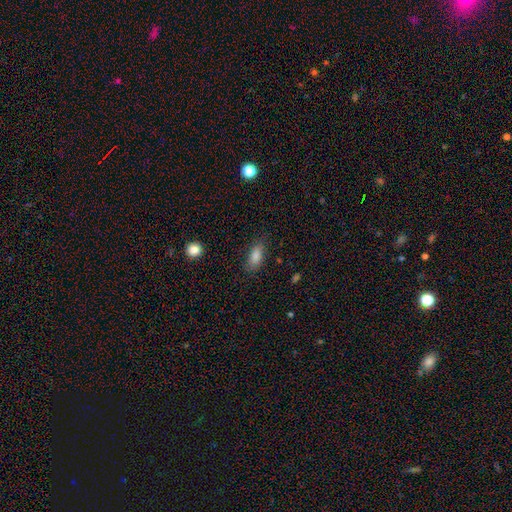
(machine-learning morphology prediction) A smooth galaxy with no disk features (83%) that is in between round and cigar-shaped (81%).

Vote fractions:
- Smooth or featured? smooth: 83% / star or artifact: 9% / featured or disk: 8%
- How rounded? in between: 81% / cigar-shaped: 15% / round: 4%
- Merging? none: 81% / minor disturbance: 14% / major disturbance: 4% / merger: 1%